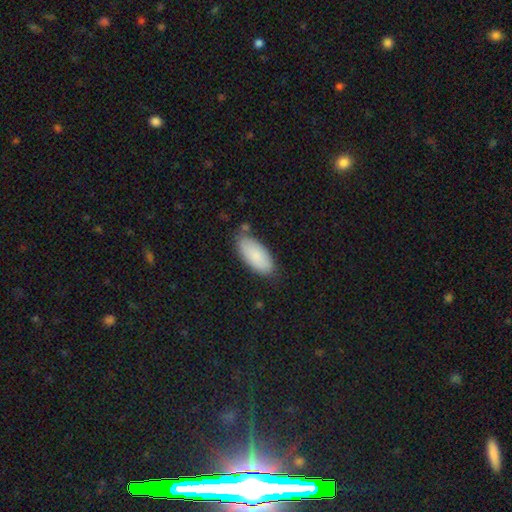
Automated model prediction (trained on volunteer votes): The model was most divided on "merging": none: 75%, minor disturbance: 18%, merger: 4%, major disturbance: 3%. More confident: how rounded — in between (89%); smooth or featured — smooth (86%).